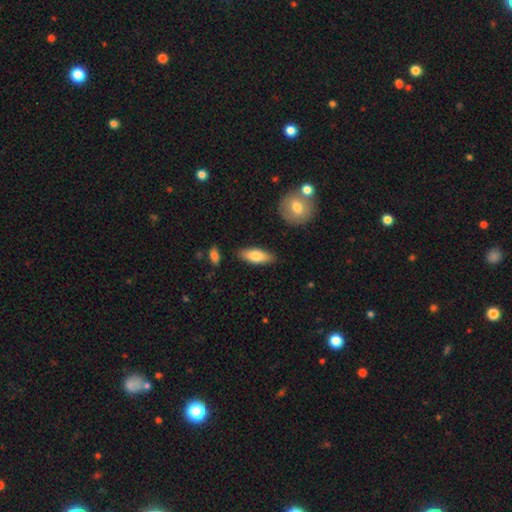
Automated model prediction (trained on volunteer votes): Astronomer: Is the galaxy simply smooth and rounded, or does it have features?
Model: smooth — 73%.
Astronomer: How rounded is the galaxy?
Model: in between — 69%.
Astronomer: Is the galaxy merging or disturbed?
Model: none — 85%.